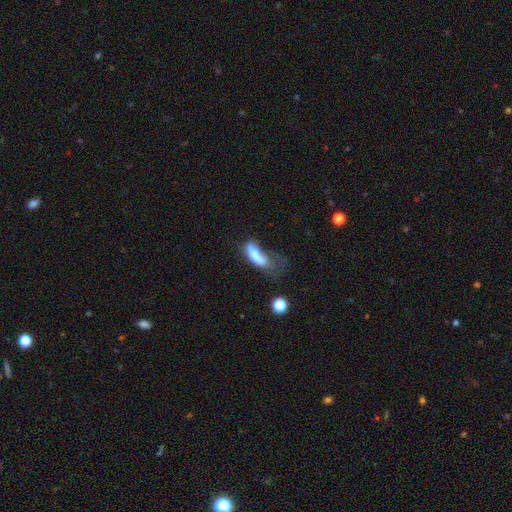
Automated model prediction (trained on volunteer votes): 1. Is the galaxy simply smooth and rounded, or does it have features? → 64% smooth, 25% featured or disk, 11% star or artifact.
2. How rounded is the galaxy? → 69% in between, 27% cigar-shaped, 4% round.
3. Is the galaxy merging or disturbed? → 47% major disturbance, 19% minor disturbance, 18% merger, 16% none.